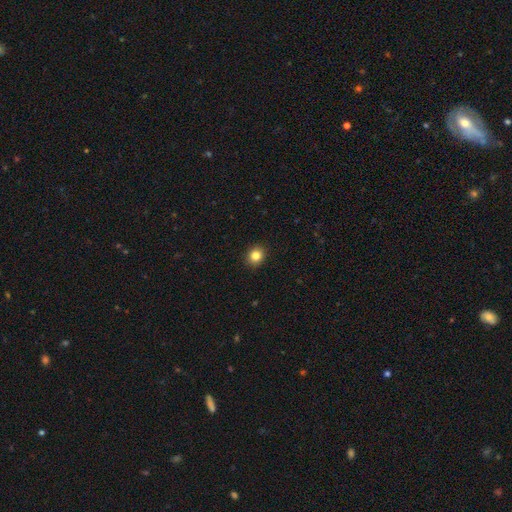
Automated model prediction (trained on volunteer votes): A smooth galaxy with no disk features (84%) that is round (71%).

Vote fractions:
- Smooth or featured? smooth: 84% / star or artifact: 11% / featured or disk: 6%
- How rounded? round: 71% / in between: 28% / cigar-shaped: 1%
- Merging? none: 91% / minor disturbance: 6% / major disturbance: 2% / merger: 1%